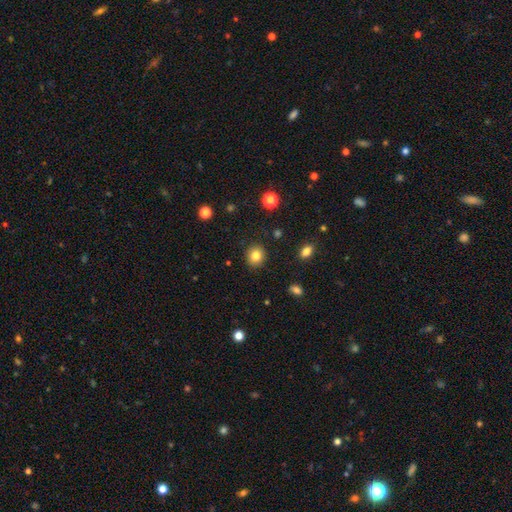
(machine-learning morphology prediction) Smooth or featured? smooth (82%)
How rounded? round (84%)
Merging? none (91%)